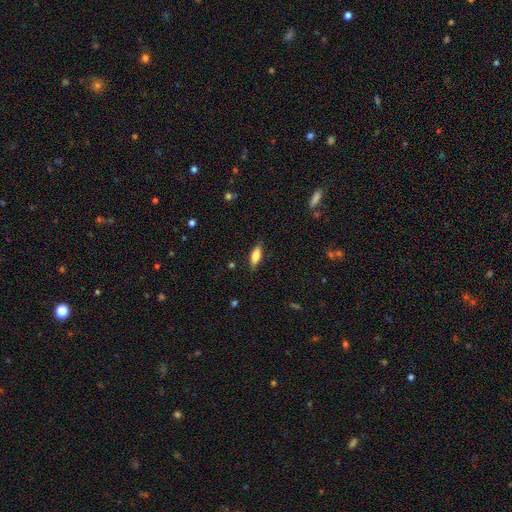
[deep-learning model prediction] Smooth or featured: smooth — 73% (featured or disk — 20%)
How rounded: in between — 61% (cigar-shaped — 37%)
Merging: none — 84% (minor disturbance — 12%)